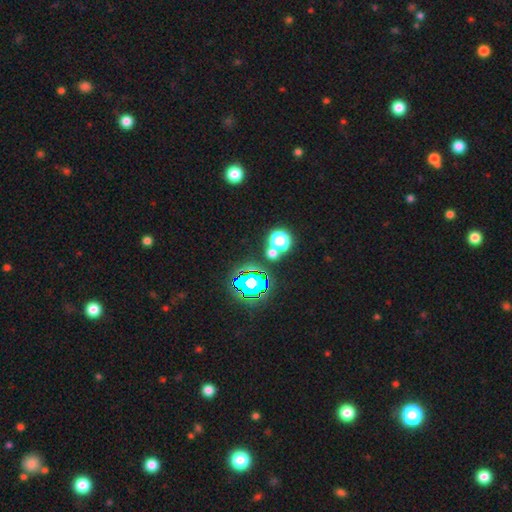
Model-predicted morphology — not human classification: Smooth or featured?
  - star or artifact: 79% *
  - smooth: 14%
  - featured or disk: 7%